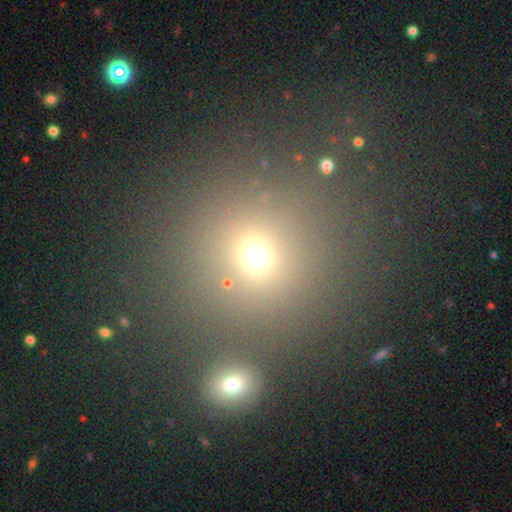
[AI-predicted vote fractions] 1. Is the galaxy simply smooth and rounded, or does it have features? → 67% smooth, 25% star or artifact, 8% featured or disk.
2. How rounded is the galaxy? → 83% round, 16% in between, 2% cigar-shaped.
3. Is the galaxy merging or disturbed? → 74% none, 10% merger, 10% minor disturbance, 6% major disturbance.